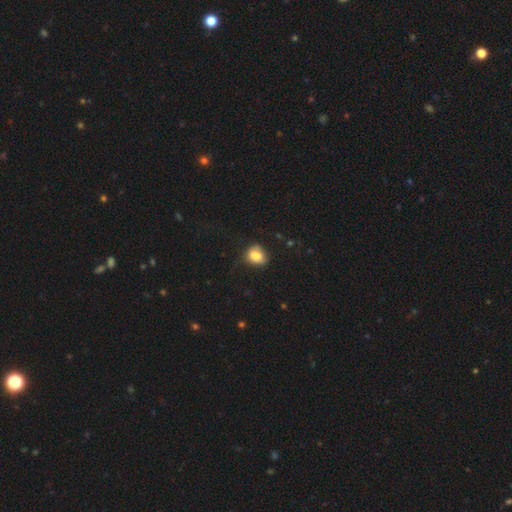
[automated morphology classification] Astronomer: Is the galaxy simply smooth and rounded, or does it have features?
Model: smooth — 80%.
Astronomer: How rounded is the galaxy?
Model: round — 51% (runner-up: in between, 48%).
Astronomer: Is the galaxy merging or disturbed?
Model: none — 57%.